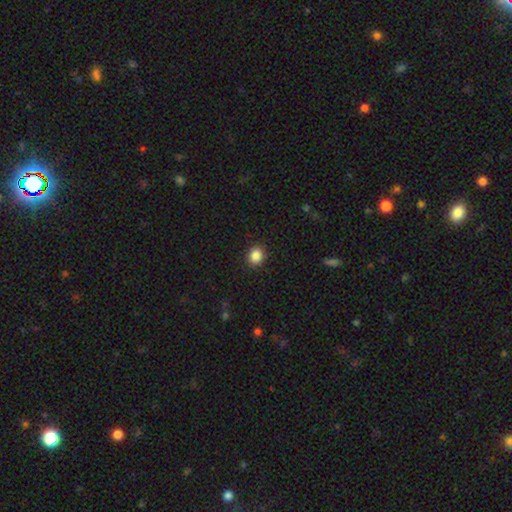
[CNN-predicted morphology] This appears to be a smooth galaxy with no disk features (86%) that is round (69%). Merging: none (91%).